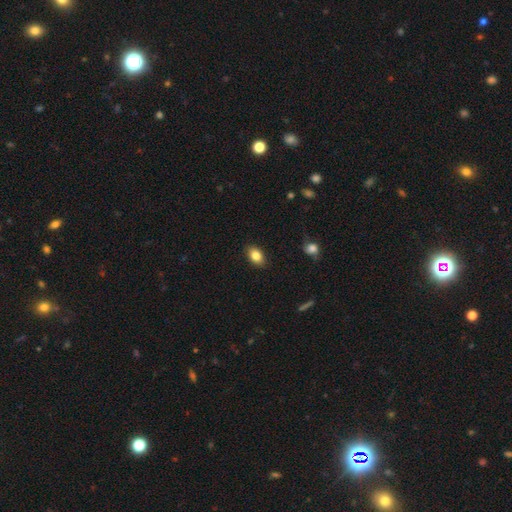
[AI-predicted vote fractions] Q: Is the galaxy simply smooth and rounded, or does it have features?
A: smooth — 84%.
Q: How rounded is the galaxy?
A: in between — 84%.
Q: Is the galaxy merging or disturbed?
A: none — 87%.